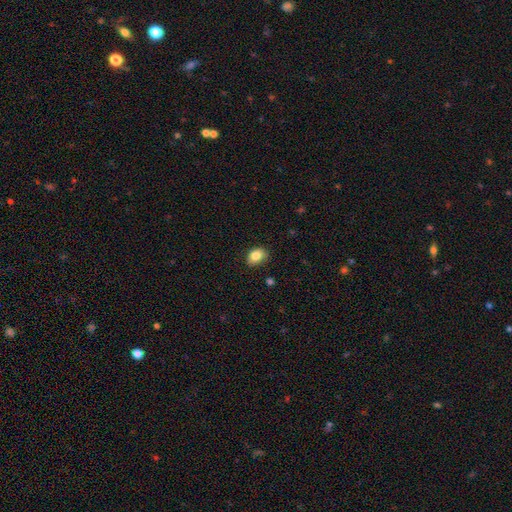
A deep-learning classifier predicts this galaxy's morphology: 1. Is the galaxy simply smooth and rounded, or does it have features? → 84% smooth, 8% star or artifact, 7% featured or disk.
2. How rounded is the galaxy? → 76% in between, 23% round, 1% cigar-shaped.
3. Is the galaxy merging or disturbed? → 78% none, 17% minor disturbance, 3% major disturbance, 1% merger.